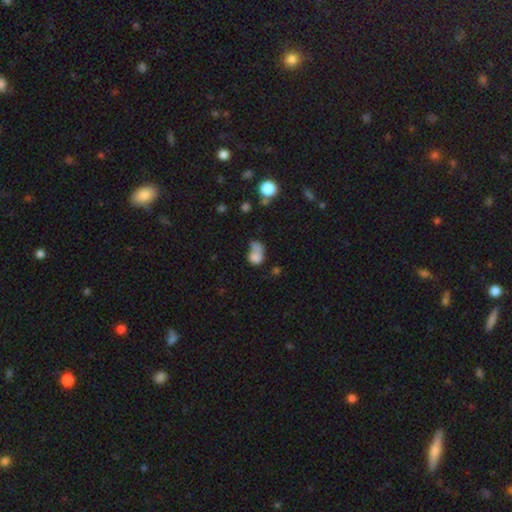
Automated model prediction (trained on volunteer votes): A smooth galaxy with no disk features (70%) that is in between round and cigar-shaped (60%).

Vote fractions:
- Smooth or featured? smooth: 70% / featured or disk: 17% / star or artifact: 13%
- How rounded? in between: 60% / round: 38% / cigar-shaped: 2%
- Merging? merger: 30% / major disturbance: 28% / none: 25% / minor disturbance: 17%